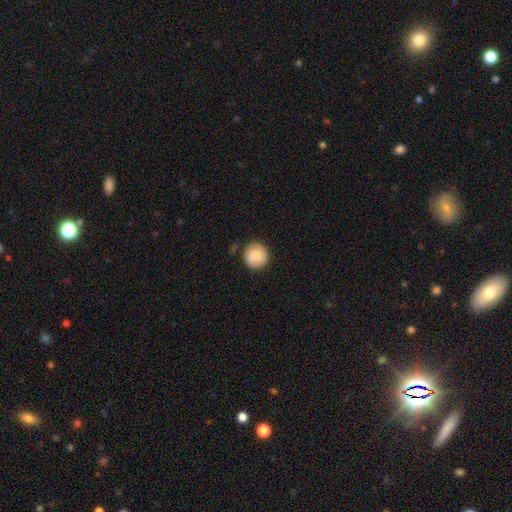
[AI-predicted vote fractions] A smooth galaxy with no disk features (86%) that is round (94%).

Vote fractions:
- Smooth or featured? smooth: 86% / featured or disk: 7% / star or artifact: 7%
- How rounded? round: 94% / in between: 5% / cigar-shaped: 1%
- Merging? none: 86% / minor disturbance: 10% / major disturbance: 2% / merger: 2%